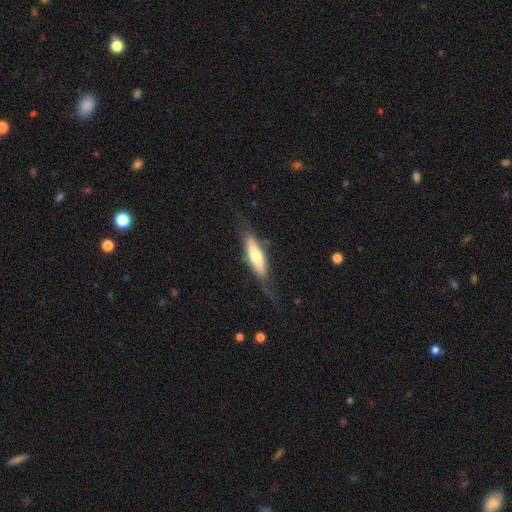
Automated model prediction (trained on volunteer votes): Smooth or featured? smooth (53%)
How rounded? cigar-shaped (66%)
Merging? none (63%)